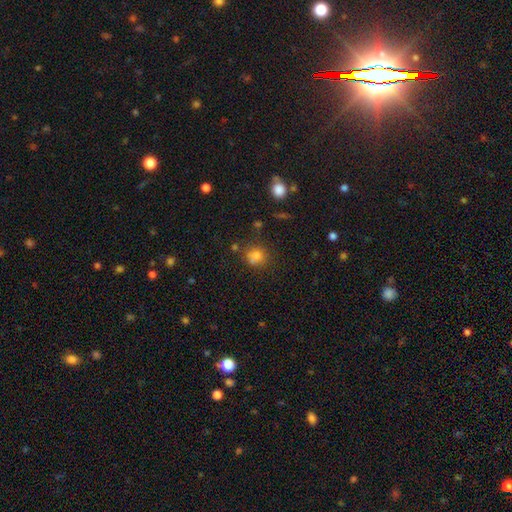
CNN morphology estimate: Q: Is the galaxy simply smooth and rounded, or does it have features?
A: smooth — 73%.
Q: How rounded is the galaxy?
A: round — 81%.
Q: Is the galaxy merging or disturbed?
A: none — 59%.